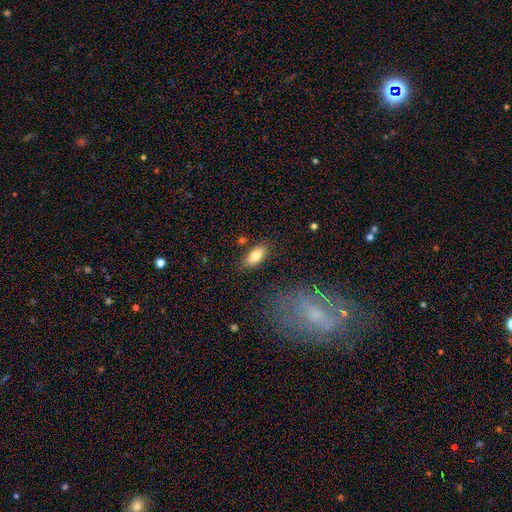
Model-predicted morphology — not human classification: Smooth or featured: smooth — 81% (featured or disk — 12%)
How rounded: in between — 89% (cigar-shaped — 8%)
Merging: none — 82% (minor disturbance — 11%)